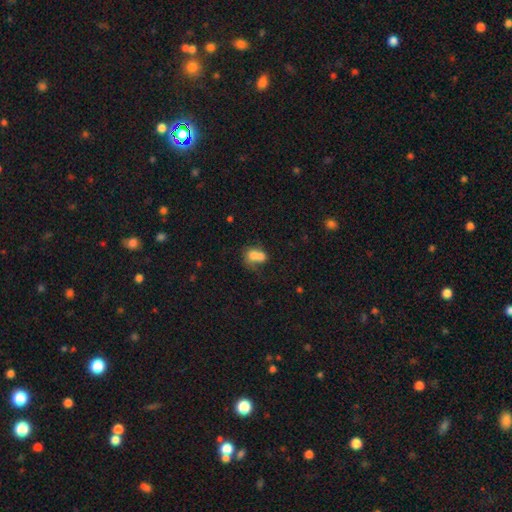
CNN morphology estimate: Overall: smooth (69%). How rounded: in between (65%; round 32%). Merging: merger (57%; none 20%).